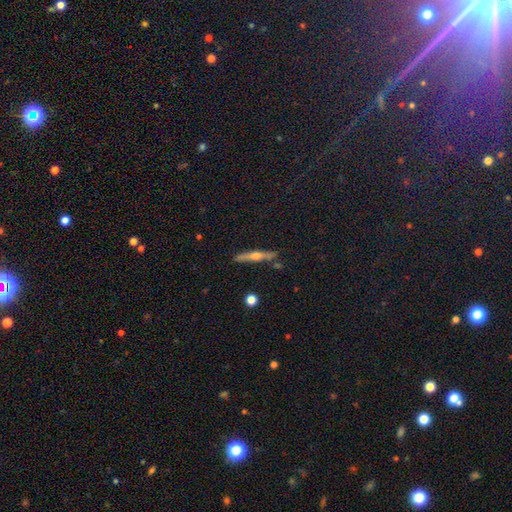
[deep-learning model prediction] Q: Smooth or featured?
A: featured or disk (66%); runner-up: smooth (26%)
Q: Edge-on disk?
A: yes (97%); runner-up: no (3%)
Q: Edge-on bulge?
A: rounded (91%); runner-up: none (6%)
Q: Merging?
A: none (85%); runner-up: minor disturbance (9%)